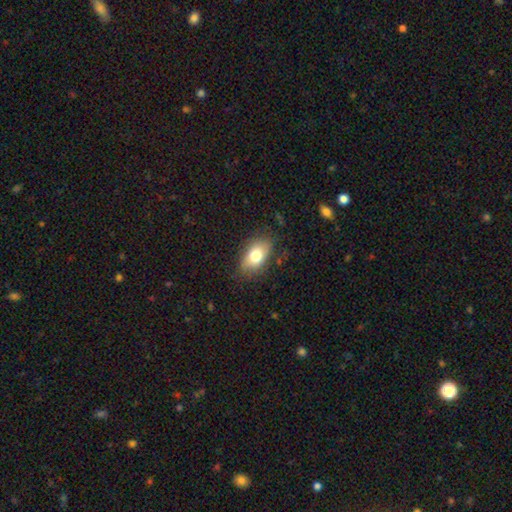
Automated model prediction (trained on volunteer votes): This is likely a smooth galaxy (77%). How rounded: clearly in between (89%). Merging: likely none (79%).